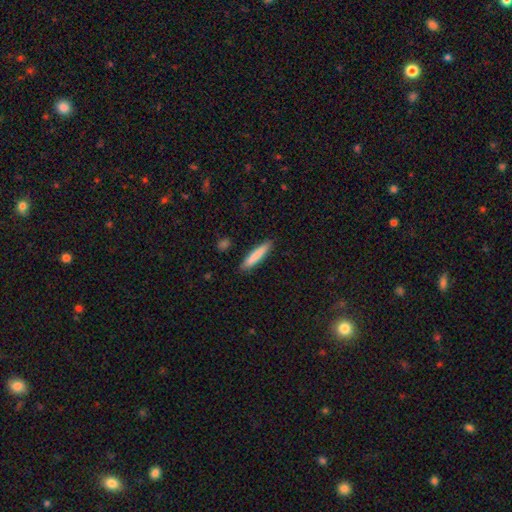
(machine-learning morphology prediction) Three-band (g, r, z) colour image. It shows a smooth galaxy with no disk features (82%) that is cigar-shaped (90%). Merging: none (90%).